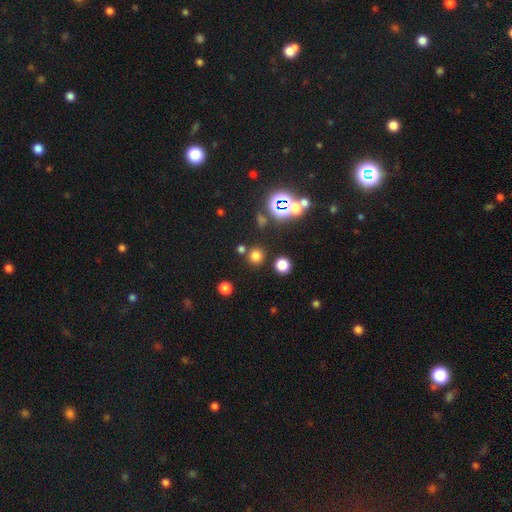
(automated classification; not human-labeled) Overall: smooth (68%). How rounded: round (92%). Merging: none (81%).